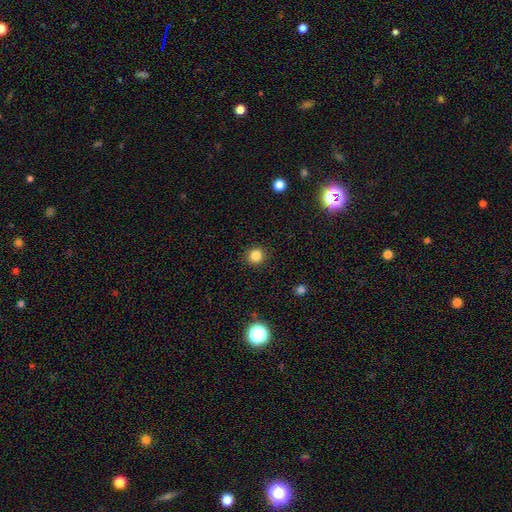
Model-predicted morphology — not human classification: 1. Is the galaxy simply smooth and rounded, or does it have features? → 84% smooth, 13% star or artifact, 4% featured or disk.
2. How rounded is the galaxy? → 90% round, 9% in between, 1% cigar-shaped.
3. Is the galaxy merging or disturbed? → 91% none, 6% minor disturbance, 2% major disturbance, 1% merger.